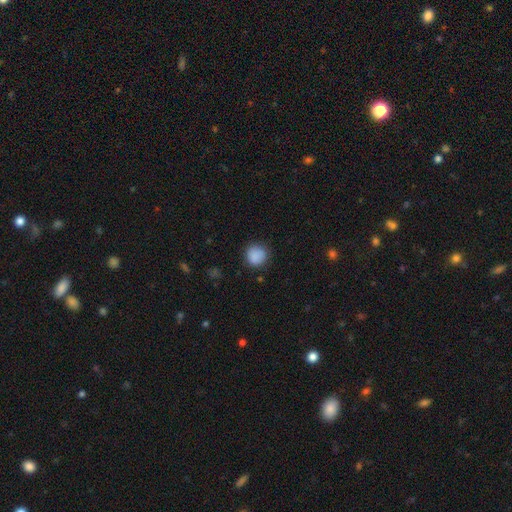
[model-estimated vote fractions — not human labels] Smooth or featured: smooth — 88% (star or artifact — 9%)
How rounded: round — 91% (in between — 8%)
Merging: none — 83% (minor disturbance — 13%)